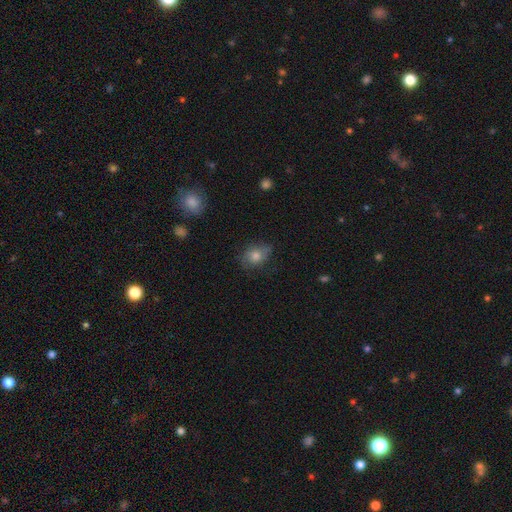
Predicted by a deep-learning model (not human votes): Q: Smooth or featured?
A: smooth (59%); runner-up: featured or disk (28%)
Q: How rounded?
A: in between (51%); runner-up: round (48%)
Q: Merging?
A: none (67%); runner-up: minor disturbance (23%)